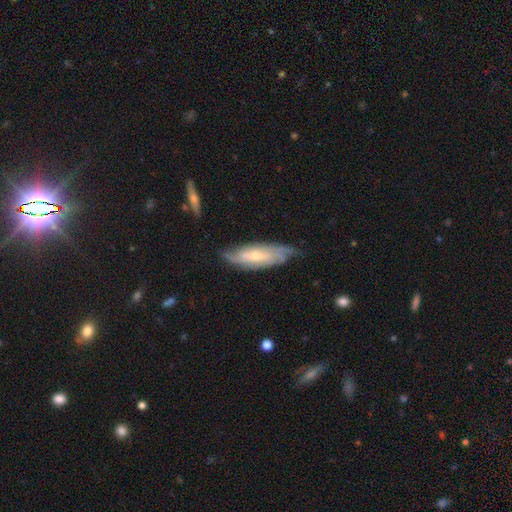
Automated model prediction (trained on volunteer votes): Smooth or featured: featured or disk — 72% (smooth — 22%)
Edge-on disk: no — 79% (yes — 21%)
Bar: no — 59% (weak — 32%)
Spiral arms: yes — 89% (no — 11%)
Spiral winding: tight — 48% (medium — 36%)
Spiral arm count: can't tell — 43% (2 — 29%)
Bulge size: small — 52% (moderate — 44%)
Merging: none — 65% (minor disturbance — 26%)